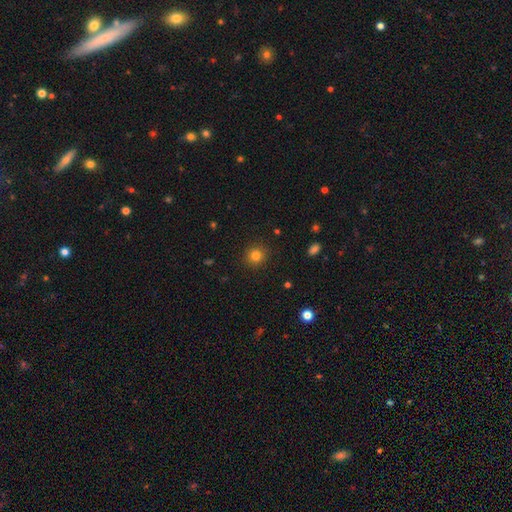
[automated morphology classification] smooth 81%, star or artifact 13%, featured or disk 6%. Down the decision tree: how rounded — round (92%); merging — none (91%).